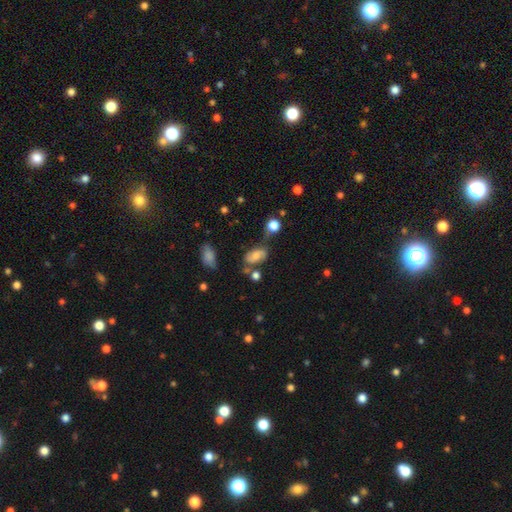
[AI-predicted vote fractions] smooth-or-featured: smooth: 46% | featured or disk: 42% | star or artifact: 12%
  merging: none: 43% | minor disturbance: 28% | major disturbance: 16% | merger: 13%